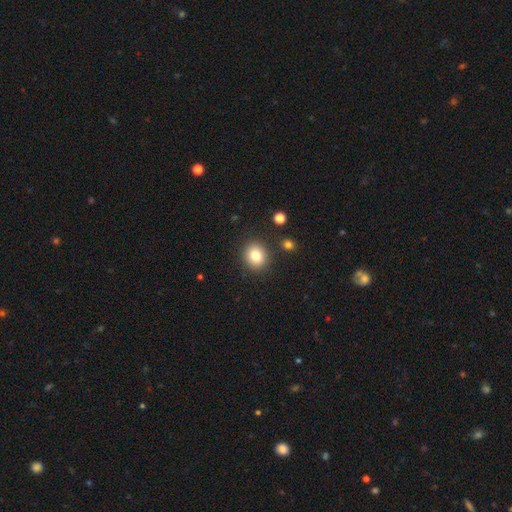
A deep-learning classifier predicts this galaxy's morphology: Smooth or featured? smooth (82%)
How rounded? round (75%)
Merging? none (87%)